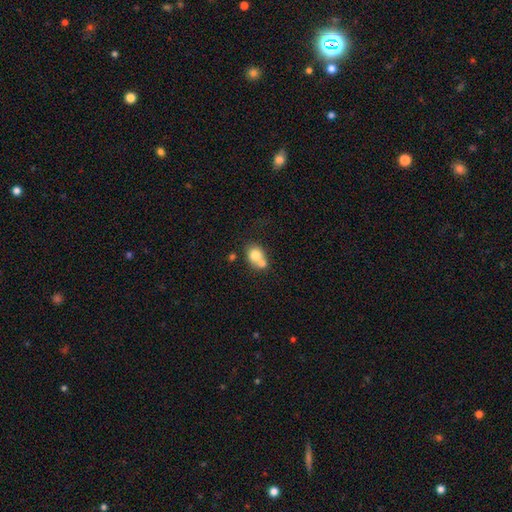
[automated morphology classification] Smooth or featured: smooth — 75% (featured or disk — 15%)
How rounded: round — 68% (in between — 31%)
Merging: merger — 59% (none — 30%)